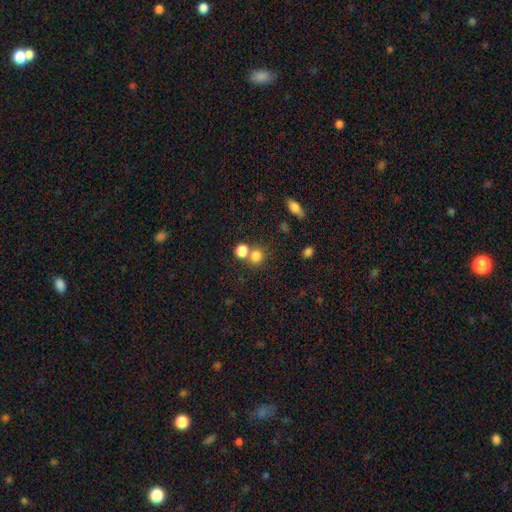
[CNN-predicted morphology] Smooth or featured?
  - smooth: 78% *
  - star or artifact: 15%
  - featured or disk: 7%
How rounded?
  - round: 83% *
  - in between: 16%
  - cigar-shaped: 1%
Merging?
  - none: 54% *
  - merger: 35%
  - minor disturbance: 7%
  - major disturbance: 4%